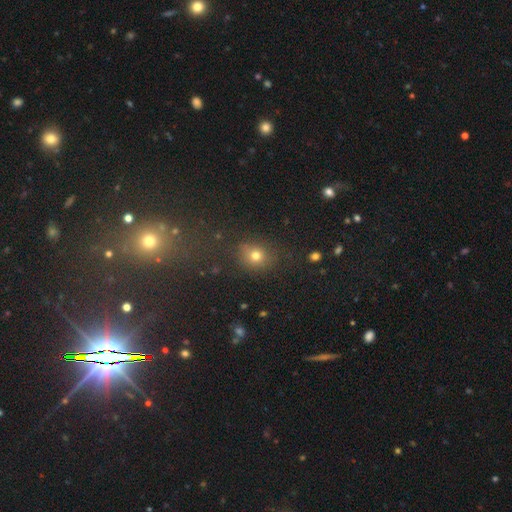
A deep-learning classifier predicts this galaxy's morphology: type=smooth (72%); roundness=round (66%); merging=none (77%).